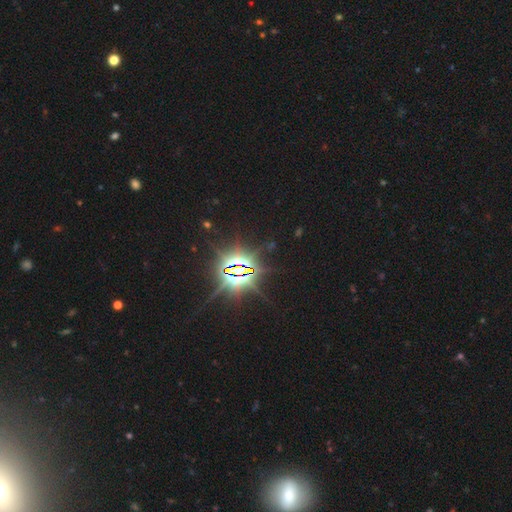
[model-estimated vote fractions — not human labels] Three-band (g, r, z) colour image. It shows a star or artifact, not a galaxy (88%).